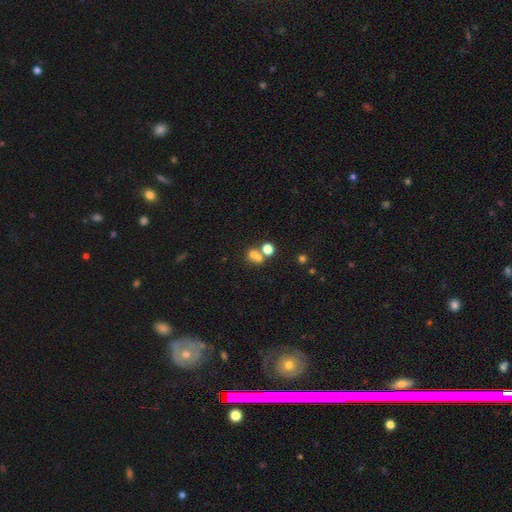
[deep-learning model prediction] Smooth or featured? Predicted: smooth (p=0.63). How rounded? Predicted: round (p=0.71). Merging? Predicted: merger (p=0.51).